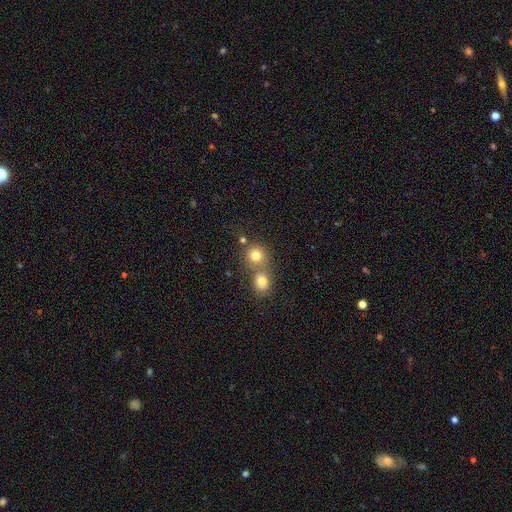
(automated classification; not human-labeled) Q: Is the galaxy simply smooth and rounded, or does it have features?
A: smooth — 78%.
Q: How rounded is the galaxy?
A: round — 86%.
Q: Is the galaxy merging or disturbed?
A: none — 50%.